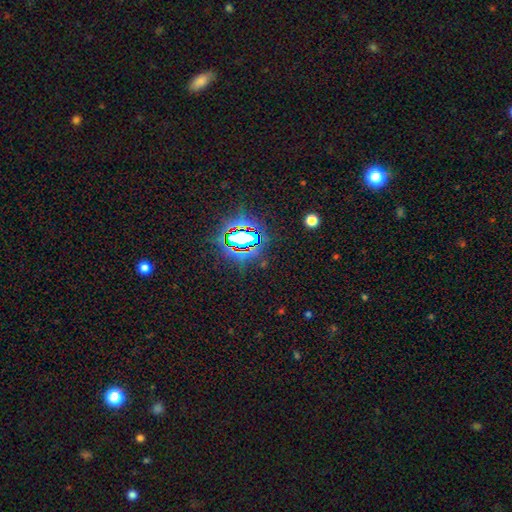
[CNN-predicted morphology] Q: Smooth or featured?
A: star or artifact (82%); runner-up: smooth (11%)